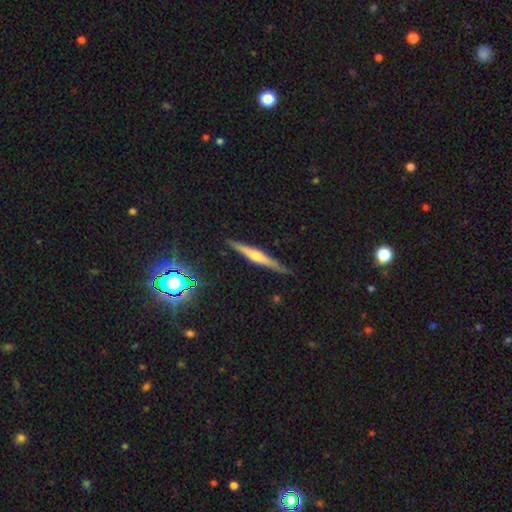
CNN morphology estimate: Smooth or featured?
  - featured or disk: 67% *
  - smooth: 25%
  - star or artifact: 8%
Edge-on disk?
  - yes: 97% *
  - no: 3%
Edge-on bulge?
  - rounded: 81% *
  - none: 10%
  - boxy: 9%
Merging?
  - none: 89% *
  - minor disturbance: 8%
  - major disturbance: 2%
  - merger: 1%